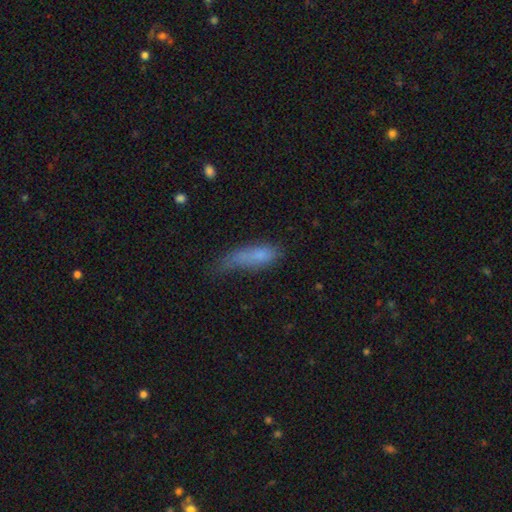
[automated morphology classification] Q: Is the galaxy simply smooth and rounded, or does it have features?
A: smooth — 73%.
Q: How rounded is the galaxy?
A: cigar-shaped — 52%.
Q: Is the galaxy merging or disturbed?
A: minor disturbance — 34%.